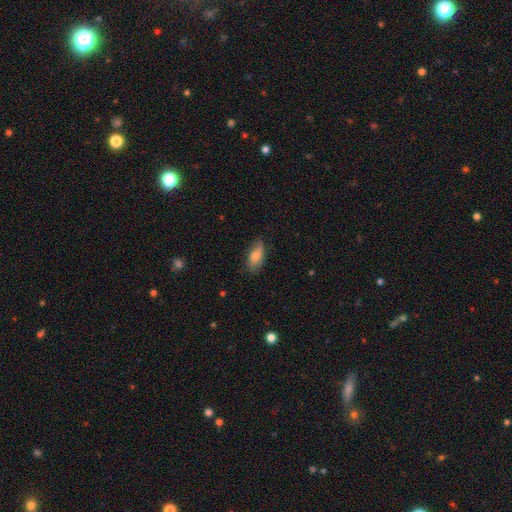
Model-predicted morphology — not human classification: Q: Smooth or featured?
A: smooth (72%); runner-up: featured or disk (21%)
Q: How rounded?
A: in between (86%); runner-up: cigar-shaped (11%)
Q: Merging?
A: none (75%); runner-up: minor disturbance (20%)